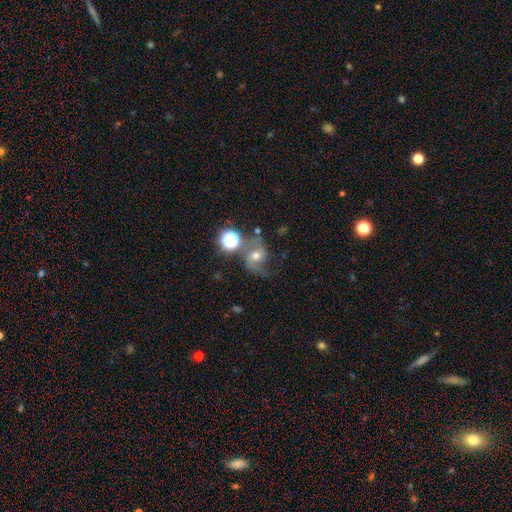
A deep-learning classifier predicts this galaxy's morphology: A featured or disk galaxy (57%) with no bar (59%), spiral arms (85%) and a moderate central bulge (65%). Merging: none (52%).